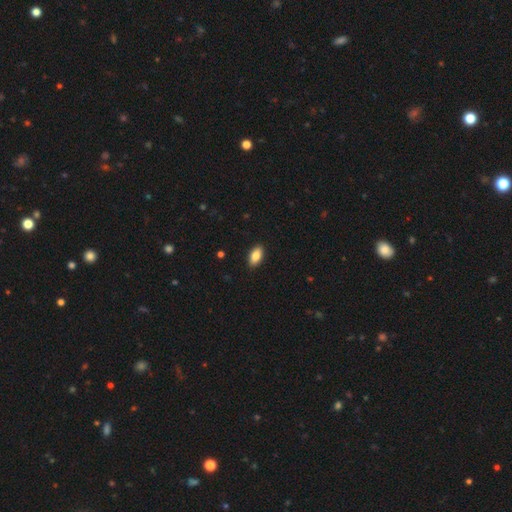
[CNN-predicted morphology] Smooth or featured? Predicted: smooth (p=0.85). How rounded? Predicted: in between (p=0.92). Merging? Predicted: none (p=0.90).